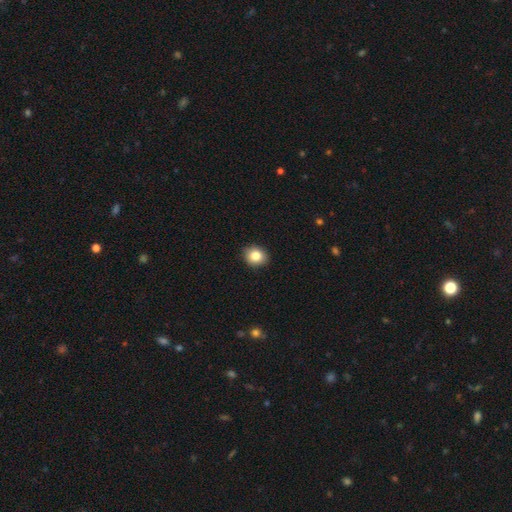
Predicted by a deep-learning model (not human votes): Overall: smooth (84%). How rounded: round (66%; in between 33%). Merging: none (90%).